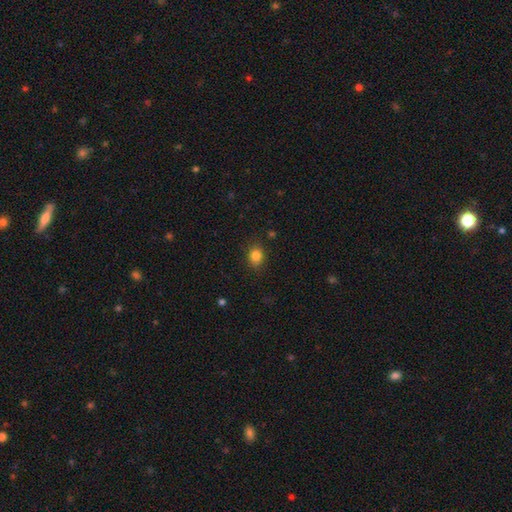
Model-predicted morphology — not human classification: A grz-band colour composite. It shows a smooth galaxy with no disk features (83%) that is round (50%). Merging: none (85%).